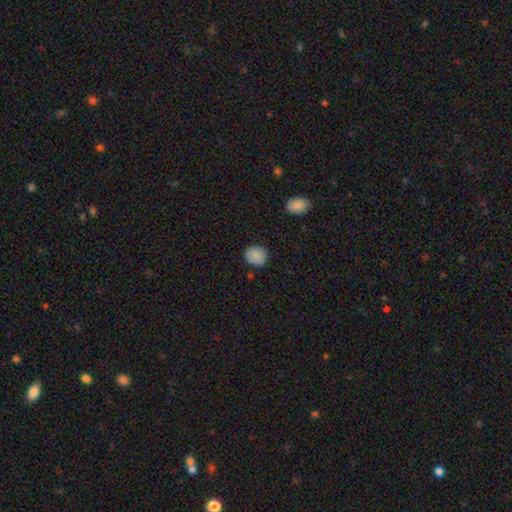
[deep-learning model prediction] Smooth or featured? smooth (86%)
How rounded? round (77%)
Merging? none (85%)